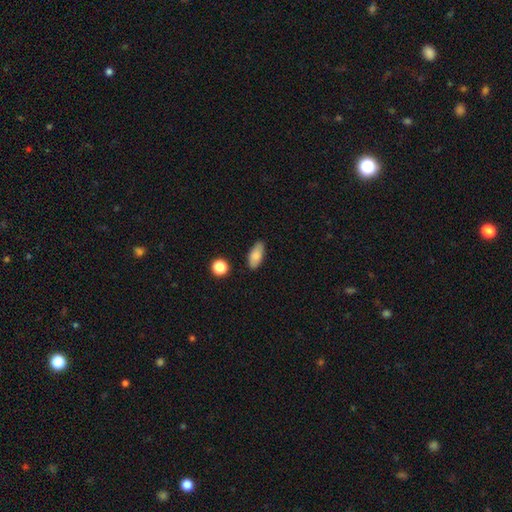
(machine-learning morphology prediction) Smooth or featured?
  - smooth: 81% *
  - featured or disk: 11%
  - star or artifact: 7%
How rounded?
  - in between: 86% *
  - cigar-shaped: 10%
  - round: 4%
Merging?
  - none: 83% *
  - minor disturbance: 13%
  - major disturbance: 2%
  - merger: 2%